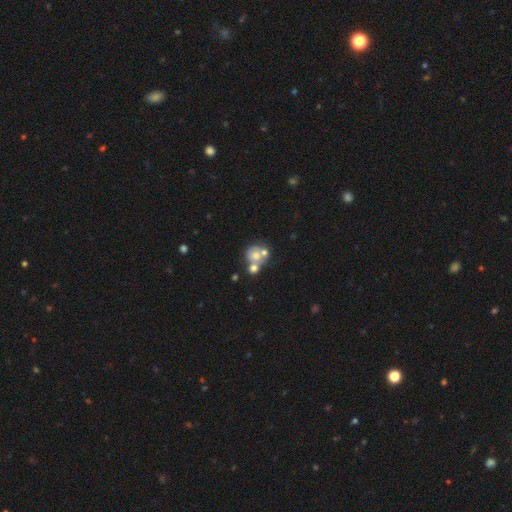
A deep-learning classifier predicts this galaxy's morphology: Overall: smooth (58%; featured or disk 29%). How rounded: round (75%). Merging: merger (49%; none 35%).